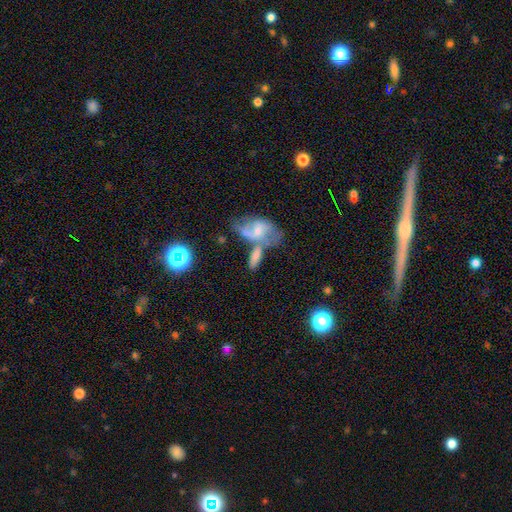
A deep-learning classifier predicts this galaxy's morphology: A smooth galaxy with no disk features (53%) that is in between round and cigar-shaped (80%).

Vote fractions:
- Smooth or featured? smooth: 53% / featured or disk: 37% / star or artifact: 10%
- How rounded? in between: 80% / cigar-shaped: 14% / round: 6%
- Merging? merger: 48% / none: 29% / minor disturbance: 14% / major disturbance: 9%